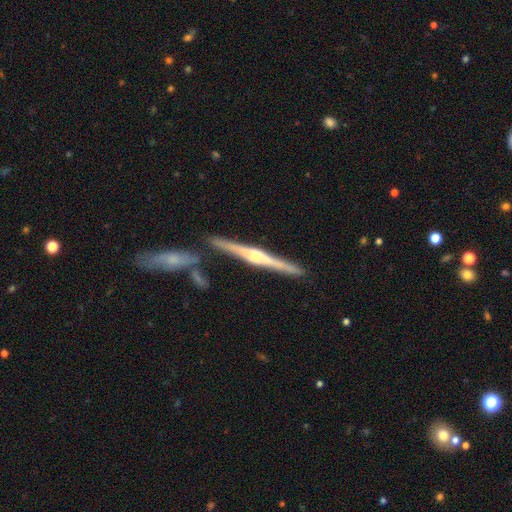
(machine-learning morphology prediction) Smooth or featured: featured or disk — 84% (smooth — 11%)
Edge-on disk: yes — 98% (no — 2%)
Edge-on bulge: rounded — 82% (boxy — 9%)
Merging: none — 82% (merger — 8%)